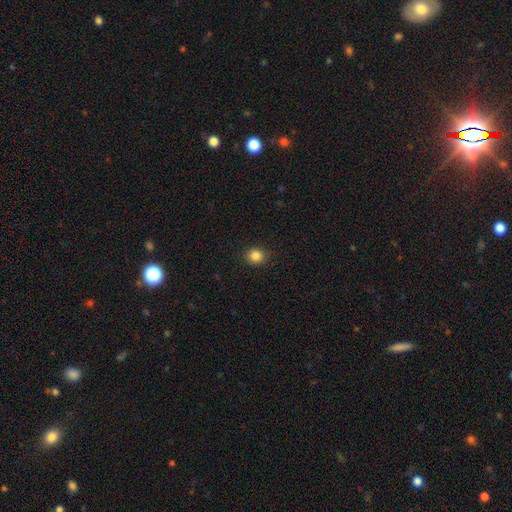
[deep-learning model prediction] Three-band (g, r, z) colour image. It shows a smooth galaxy with no disk features (85%) that is round (81%). Merging: none (89%).